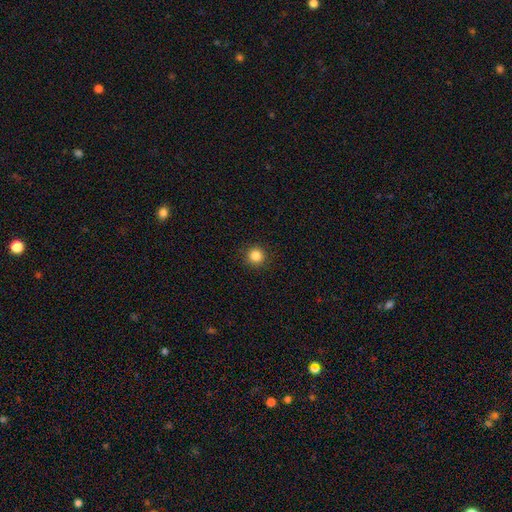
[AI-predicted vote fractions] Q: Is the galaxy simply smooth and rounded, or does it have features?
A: smooth — 85%.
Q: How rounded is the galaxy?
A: round — 95%.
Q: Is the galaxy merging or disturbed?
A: none — 92%.